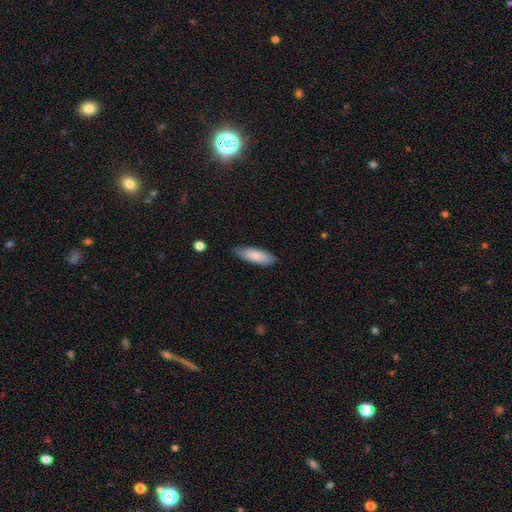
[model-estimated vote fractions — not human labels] This is clearly a smooth galaxy (82%). How rounded: likely in between (60%). Merging: likely none (80%).